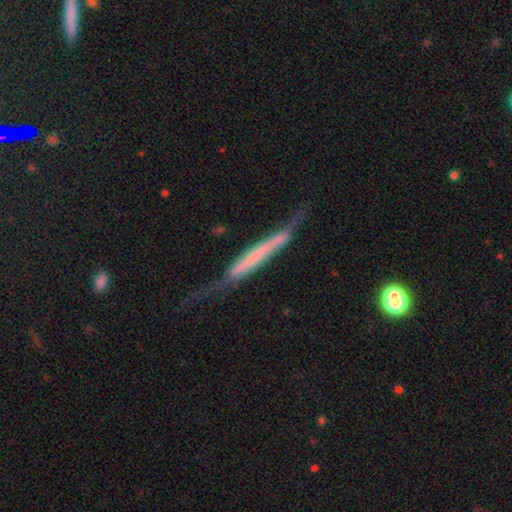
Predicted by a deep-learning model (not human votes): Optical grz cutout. It shows a featured or disk galaxy (59%) viewed edge-on (86%) with no central bulge (67%). Merging: none (46%).